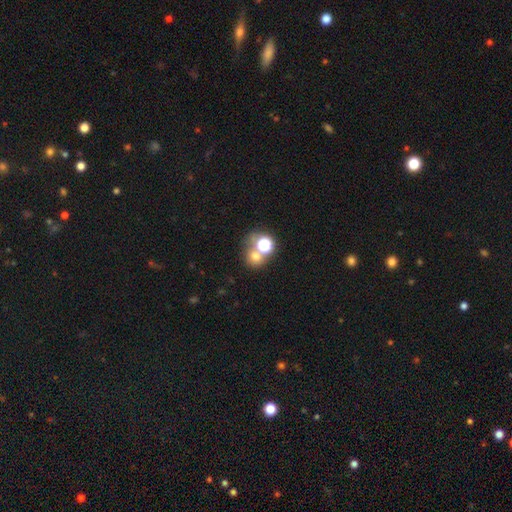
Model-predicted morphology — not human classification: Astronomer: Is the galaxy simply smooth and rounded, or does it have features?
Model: smooth — 63%.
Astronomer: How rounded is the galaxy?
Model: round — 81%.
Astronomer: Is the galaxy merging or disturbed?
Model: none — 48% (runner-up: merger, 39%).